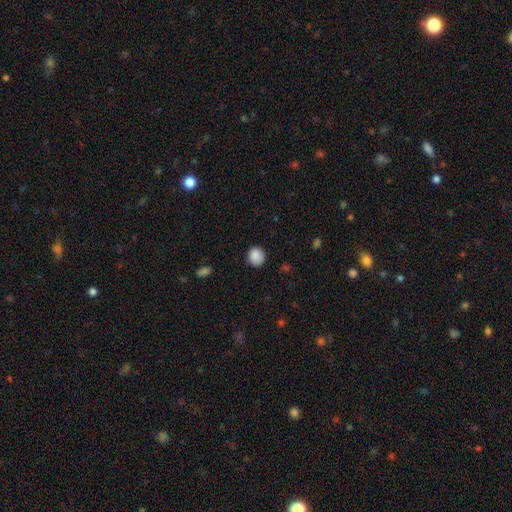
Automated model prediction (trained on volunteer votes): Smooth or featured? Predicted: smooth (p=0.88). How rounded? Predicted: round (p=0.83). Merging? Predicted: none (p=0.83).